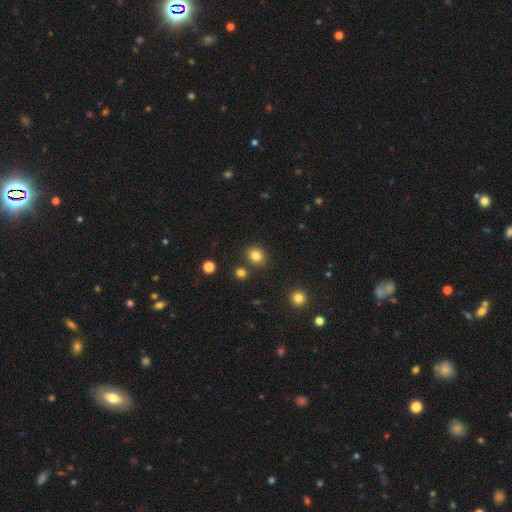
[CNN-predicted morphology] Smooth or featured?
  - smooth: 82% *
  - star or artifact: 12%
  - featured or disk: 6%
How rounded?
  - round: 71% *
  - in between: 28%
  - cigar-shaped: 1%
Merging?
  - none: 84% *
  - minor disturbance: 8%
  - merger: 5%
  - major disturbance: 2%